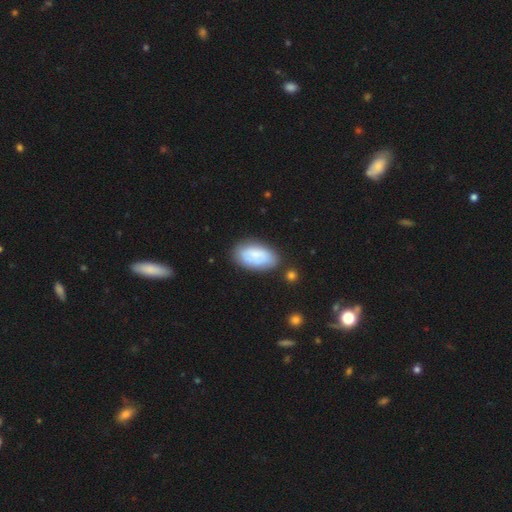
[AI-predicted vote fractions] Overall: smooth (71%). How rounded: in between (94%). Merging: none (67%).